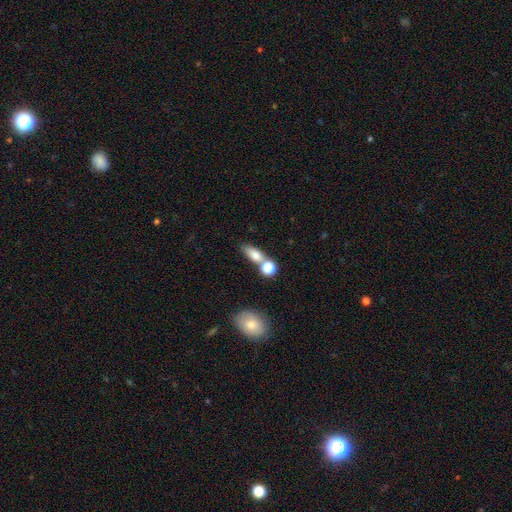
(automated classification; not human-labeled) A smooth galaxy with no disk features (73%) that is in between round and cigar-shaped (64%).

Vote fractions:
- Smooth or featured? smooth: 73% / featured or disk: 17% / star or artifact: 10%
- How rounded? in between: 64% / cigar-shaped: 19% / round: 18%
- Merging? none: 48% / merger: 36% / minor disturbance: 11% / major disturbance: 5%